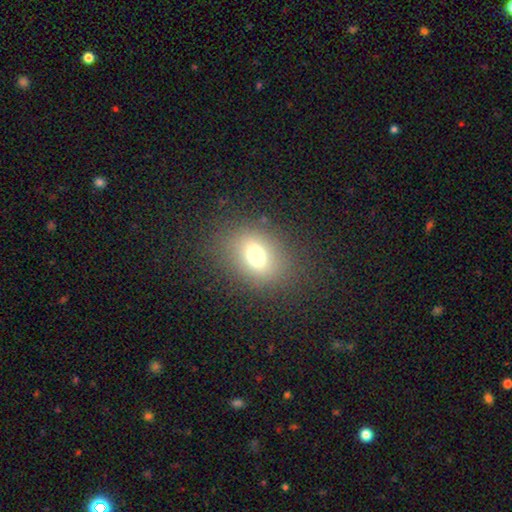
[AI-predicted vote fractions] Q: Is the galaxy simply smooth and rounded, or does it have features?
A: smooth — 72%.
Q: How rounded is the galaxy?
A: in between — 63%.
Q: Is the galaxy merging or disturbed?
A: none — 81%.